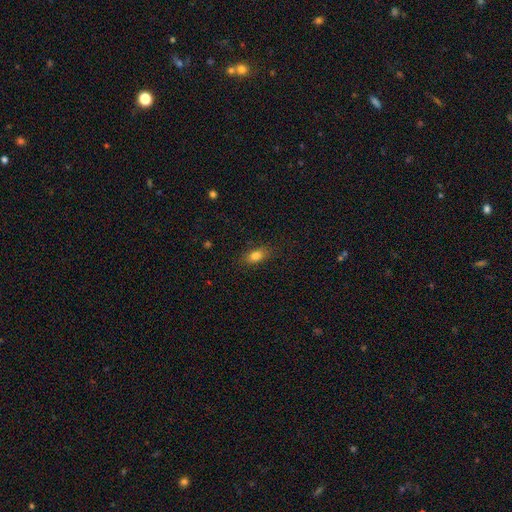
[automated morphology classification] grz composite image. It shows a smooth galaxy with no disk features (82%) that is in between round and cigar-shaped (82%). Merging: none (83%).